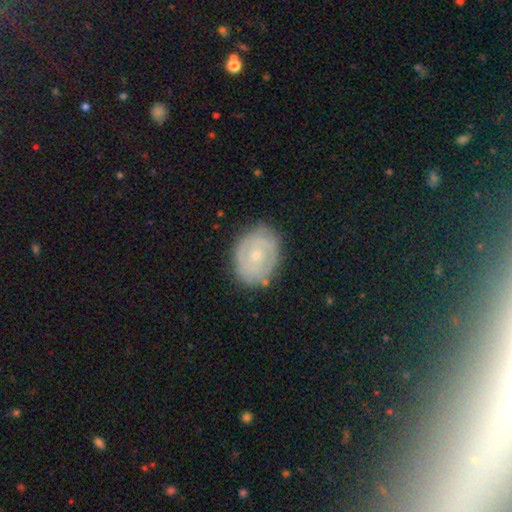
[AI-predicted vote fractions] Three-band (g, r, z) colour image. It shows a featured or disk galaxy (73%) with no bar (71%), 2 (46%) tight (69%) spiral arms (79%) and a small central bulge (64%). Merging: none (79%).